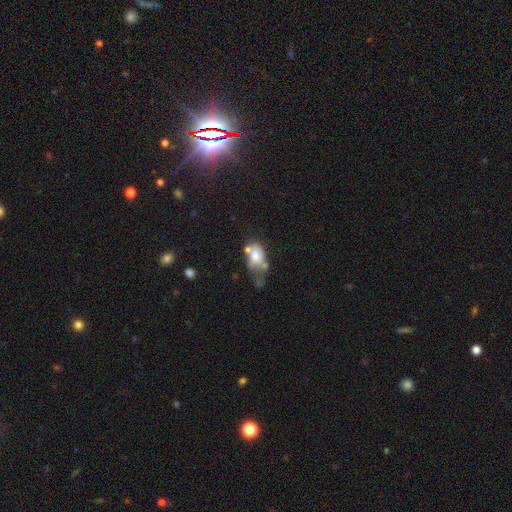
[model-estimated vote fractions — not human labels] This is possibly a smooth galaxy (59%). How rounded: clearly in between (82%). Merging: marginally merger (31%).